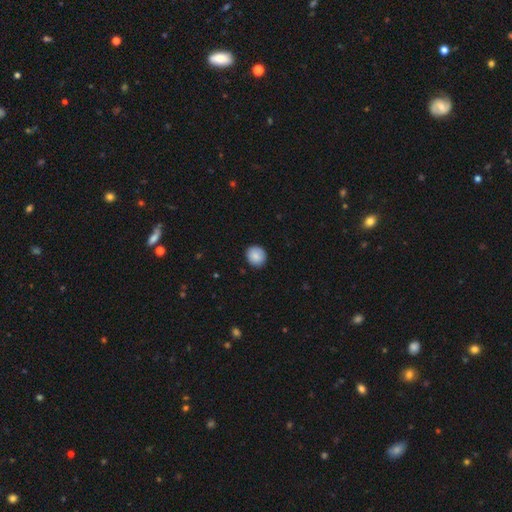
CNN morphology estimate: Smooth or featured? smooth (88%)
How rounded? round (85%)
Merging? none (89%)